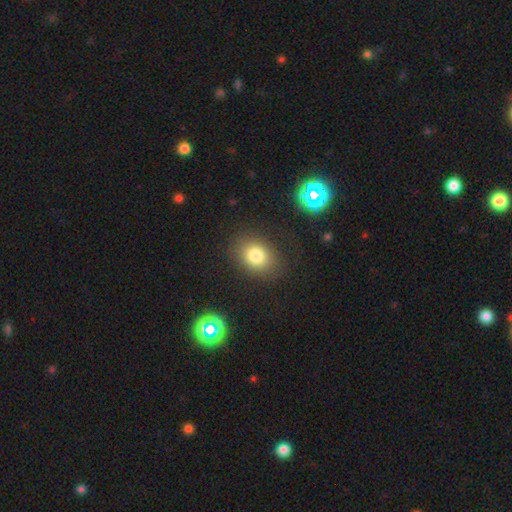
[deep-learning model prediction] smooth-or-featured: smooth: 80% | star or artifact: 12% | featured or disk: 8%
  how-rounded: in between: 56% | round: 43% | cigar-shaped: 1%
  merging: none: 84% | minor disturbance: 10% | major disturbance: 4% | merger: 2%